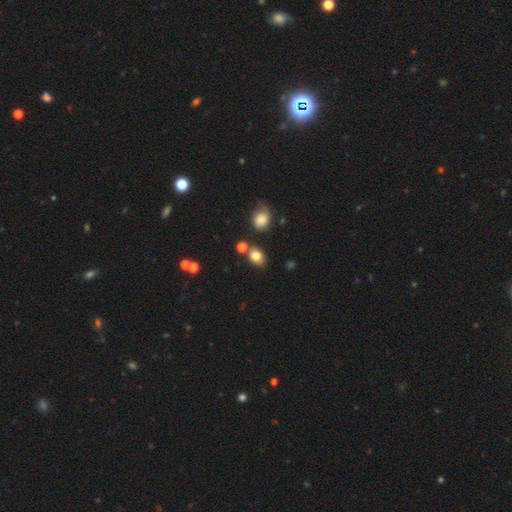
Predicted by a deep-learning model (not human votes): This appears to be a smooth galaxy with no disk features (80%) that is in between round and cigar-shaped (66%). Merging: none (72%).